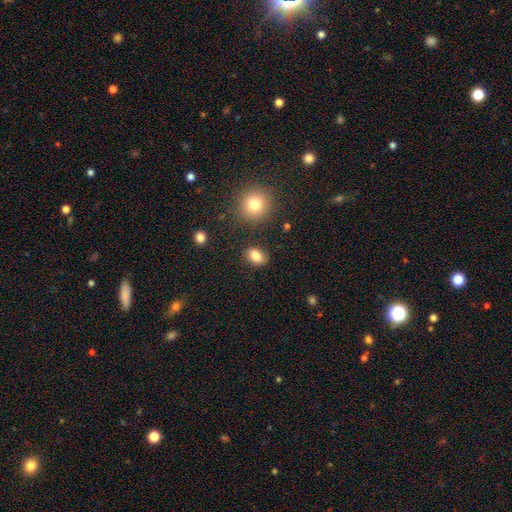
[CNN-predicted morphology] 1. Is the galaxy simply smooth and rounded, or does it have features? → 84% smooth, 10% star or artifact, 6% featured or disk.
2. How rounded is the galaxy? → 65% in between, 34% round, 1% cigar-shaped.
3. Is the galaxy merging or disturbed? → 85% none, 10% minor disturbance, 3% major disturbance, 3% merger.